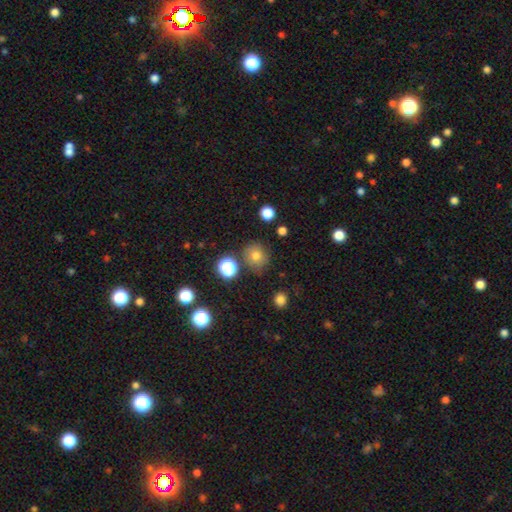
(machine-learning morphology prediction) A smooth galaxy with no disk features (72%) that is round (86%). Merging: none (78%).